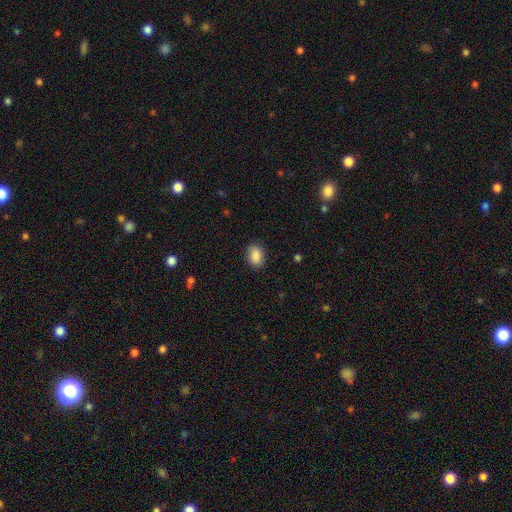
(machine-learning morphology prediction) Smooth or featured: smooth — 89% (star or artifact — 8%)
How rounded: in between — 80% (round — 19%)
Merging: none — 86% (minor disturbance — 10%)